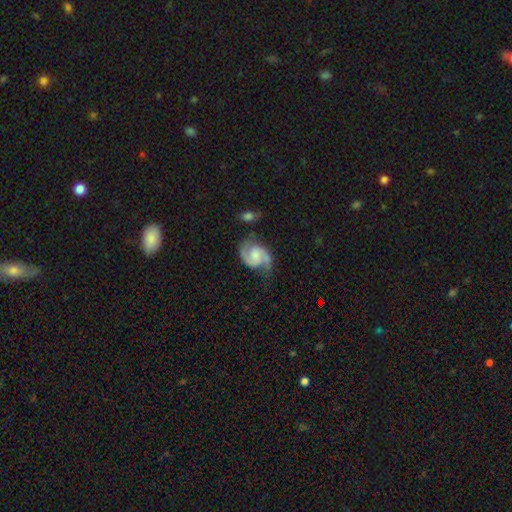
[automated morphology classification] A featured or disk galaxy (83%) with no bar (59%), 2 (91%) medium (53%) spiral arms (96%) and a moderate central bulge (39%). Merging: none (59%).